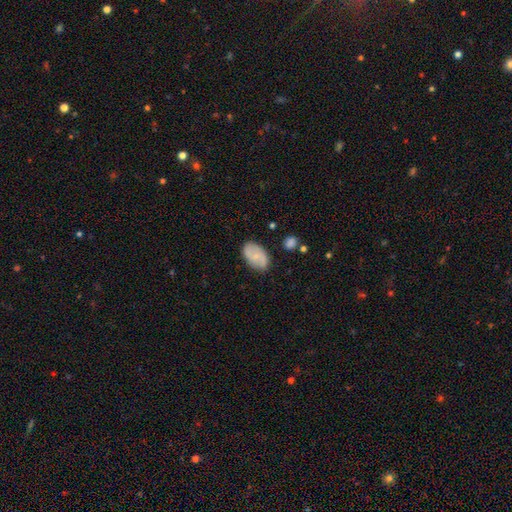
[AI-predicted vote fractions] The model was most divided on "smooth or featured": smooth: 55%, featured or disk: 38%, star or artifact: 7%. More confident: how rounded — in between (92%); merging — none (79%).